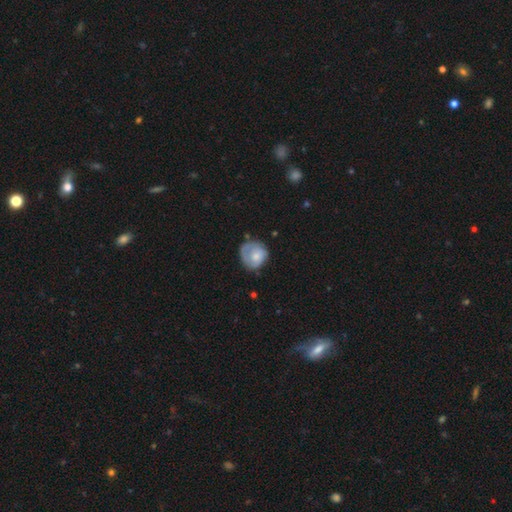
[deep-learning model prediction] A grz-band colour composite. It shows a smooth galaxy with no disk features (63%) that is round (76%). Merging: none (53%).